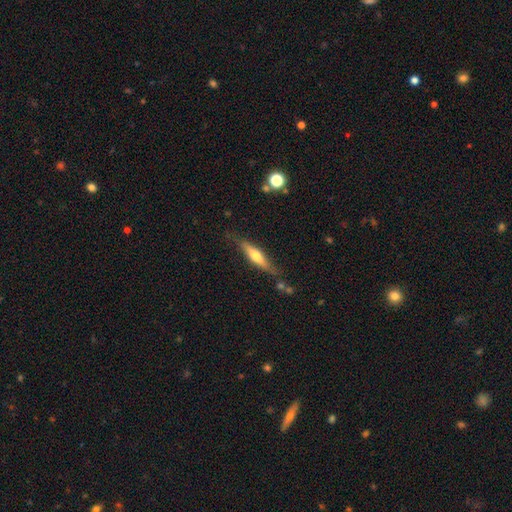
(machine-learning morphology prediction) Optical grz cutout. It shows a featured or disk galaxy (48%). Merging: none (76%).